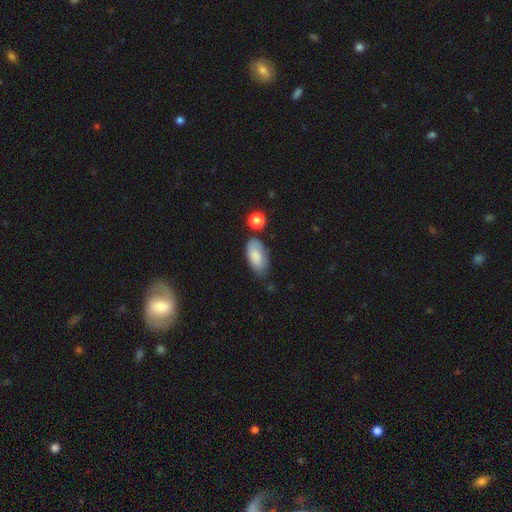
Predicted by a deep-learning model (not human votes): Overall: smooth (81%). How rounded: in between (93%). Merging: none (60%; minor disturbance 26%).